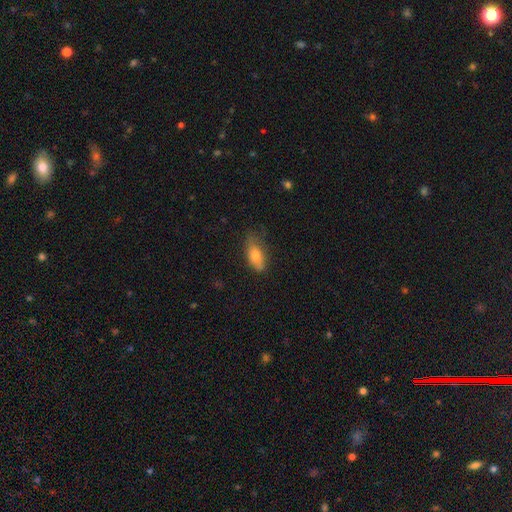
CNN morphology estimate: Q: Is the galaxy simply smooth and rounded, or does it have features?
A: smooth — 73%.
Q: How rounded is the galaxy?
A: in between — 82%.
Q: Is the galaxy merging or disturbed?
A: none — 59%.